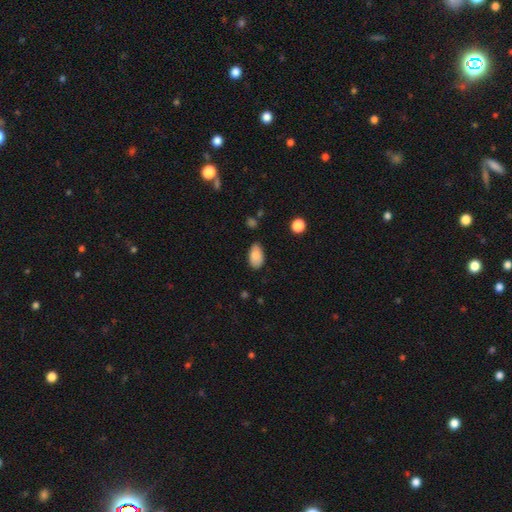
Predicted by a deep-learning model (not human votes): smooth-or-featured: smooth: 84% | featured or disk: 8% | star or artifact: 8%
  how-rounded: in between: 93% | round: 4% | cigar-shaped: 2%
  merging: none: 74% | minor disturbance: 21% | major disturbance: 4% | merger: 2%